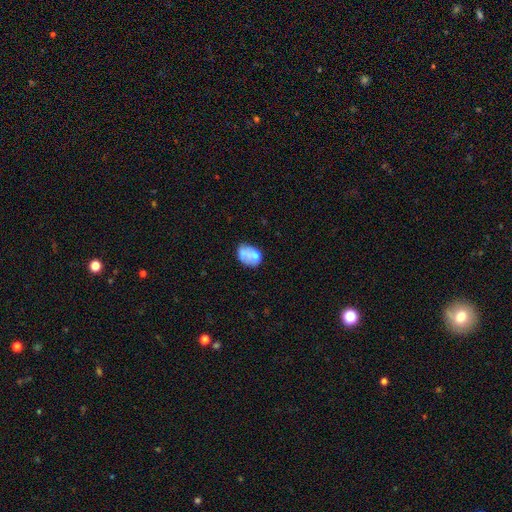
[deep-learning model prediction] Smooth or featured: smooth — 60% (featured or disk — 31%)
How rounded: in between — 68% (round — 31%)
Merging: none — 30% (merger — 28%)